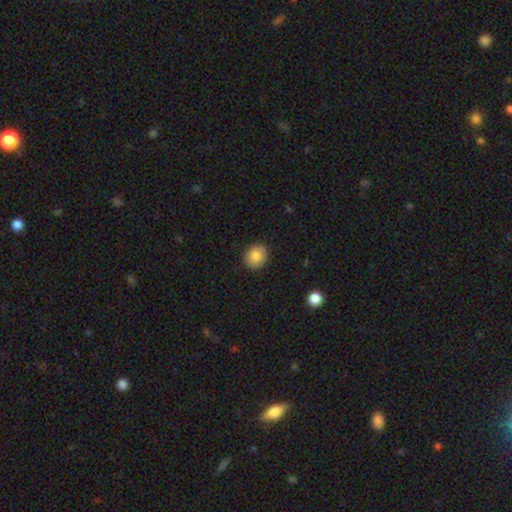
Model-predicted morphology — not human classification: Q: Smooth or featured?
A: smooth (84%); runner-up: star or artifact (8%)
Q: How rounded?
A: round (78%); runner-up: in between (21%)
Q: Merging?
A: none (90%); runner-up: minor disturbance (8%)